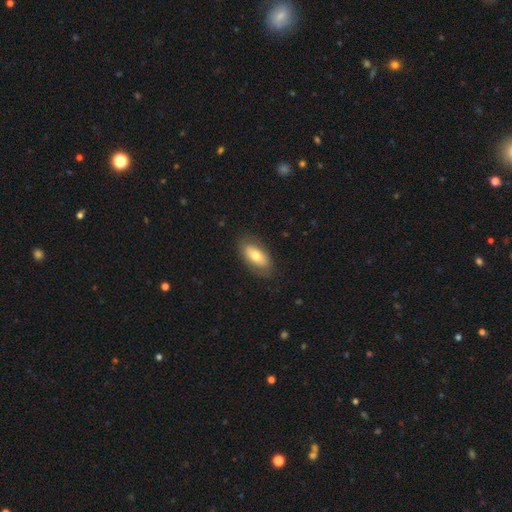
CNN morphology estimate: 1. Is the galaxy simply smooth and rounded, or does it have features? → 66% smooth, 28% featured or disk, 6% star or artifact.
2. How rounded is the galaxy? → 91% in between, 5% cigar-shaped, 4% round.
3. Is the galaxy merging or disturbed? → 81% none, 14% minor disturbance, 4% major disturbance, 1% merger.